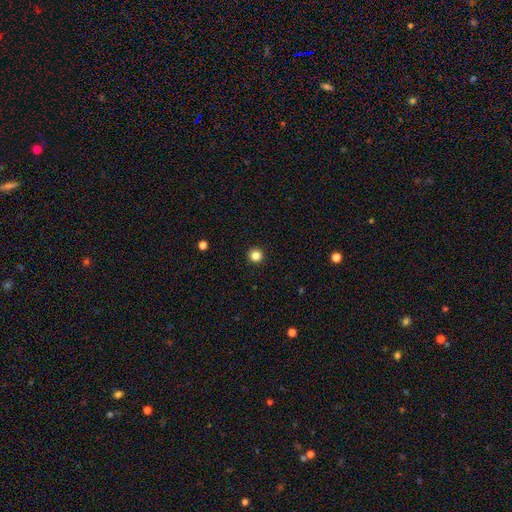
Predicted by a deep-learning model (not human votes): Overall: smooth (85%). How rounded: round (96%). Merging: none (94%).